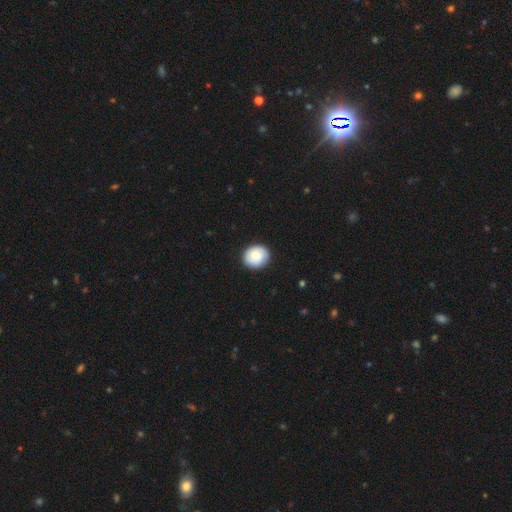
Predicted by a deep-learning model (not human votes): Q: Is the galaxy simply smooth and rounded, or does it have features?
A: smooth — 79%.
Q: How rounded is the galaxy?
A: round — 71%.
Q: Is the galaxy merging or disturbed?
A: none — 88%.